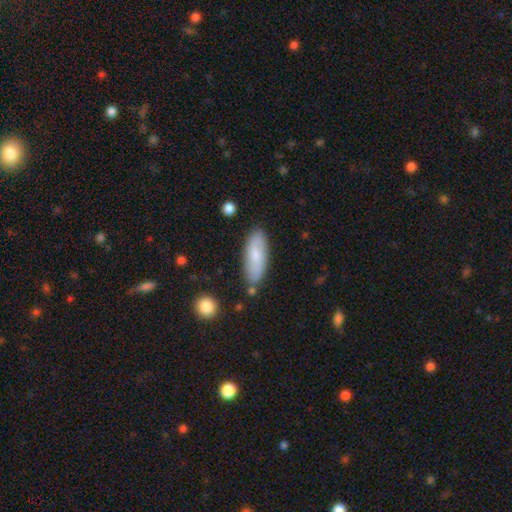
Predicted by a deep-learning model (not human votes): smooth_or_featured: smooth (p=0.66) [alt: featured or disk p=0.28]
how_rounded: in between (p=0.70) [alt: cigar-shaped p=0.27]
merging: none (p=0.81) [alt: minor disturbance p=0.13]